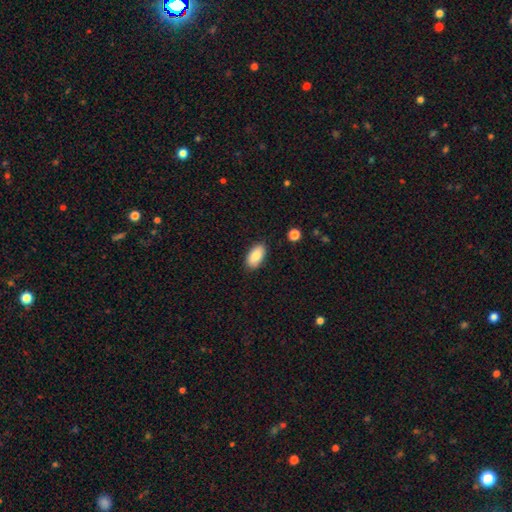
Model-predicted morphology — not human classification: This is clearly a smooth galaxy (86%). How rounded: clearly in between (93%). Merging: clearly none (87%).